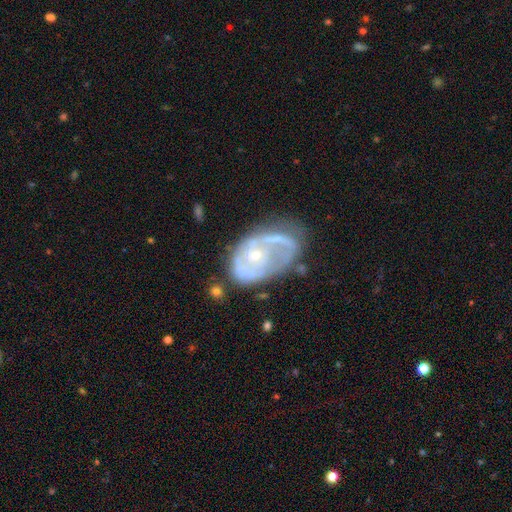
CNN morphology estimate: This is likely a featured or disk galaxy (78%). It is clearly not viewed edge-on (97%). Bar: likely no (75%). Spiral arm pattern: likely yes (79%). Spiral arm count: marginally 2 (35%). Spiral winding: marginally tight (44%). Central bulge: likely small (75%). Merging: marginally none (38%).